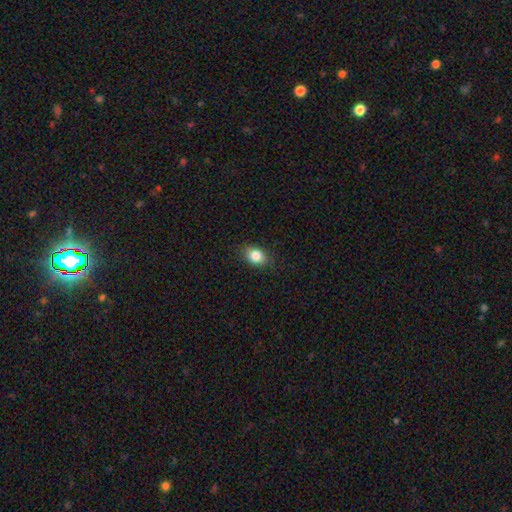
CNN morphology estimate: Smooth or featured? smooth (83%)
How rounded? in between (69%)
Merging? none (86%)